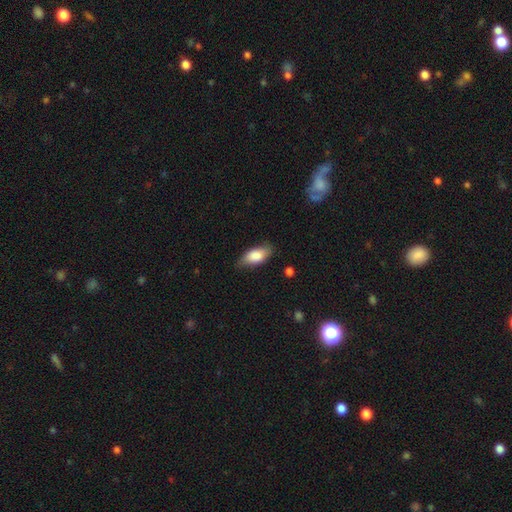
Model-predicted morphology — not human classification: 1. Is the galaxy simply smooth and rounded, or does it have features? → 81% smooth, 13% featured or disk, 6% star or artifact.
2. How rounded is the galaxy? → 87% in between, 10% cigar-shaped, 3% round.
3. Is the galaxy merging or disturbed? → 71% none, 23% minor disturbance, 4% major disturbance, 1% merger.